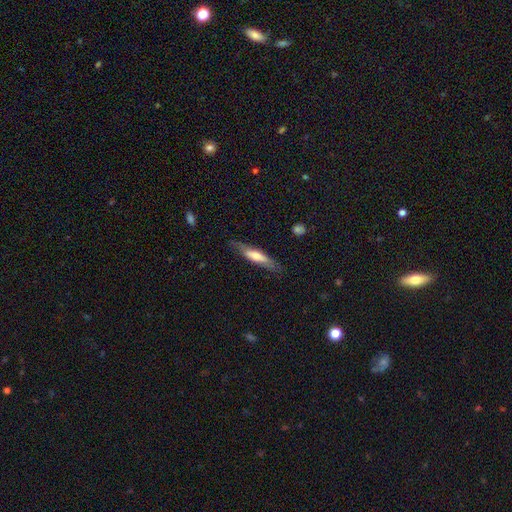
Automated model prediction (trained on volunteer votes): Smooth or featured? smooth (51%)
How rounded? cigar-shaped (79%)
Merging? none (75%)